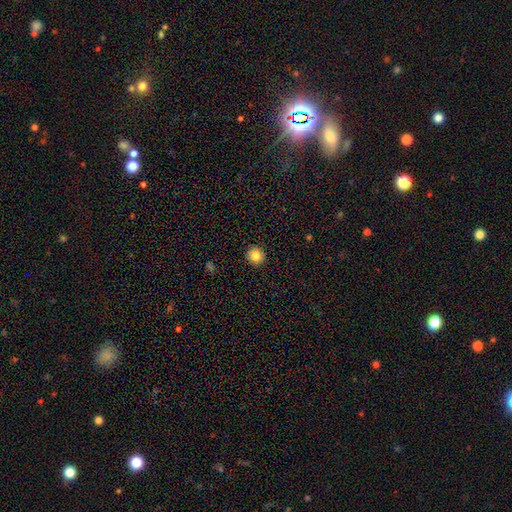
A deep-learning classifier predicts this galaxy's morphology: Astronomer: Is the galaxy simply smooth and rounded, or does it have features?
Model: smooth — 85%.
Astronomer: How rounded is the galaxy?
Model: round — 92%.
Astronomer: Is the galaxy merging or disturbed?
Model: none — 92%.